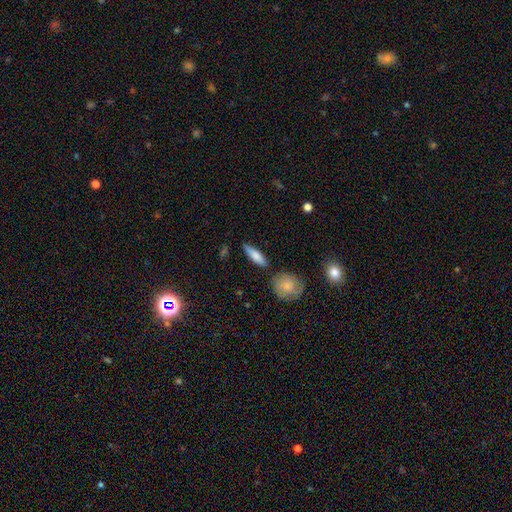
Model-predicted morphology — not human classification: This appears to be a smooth galaxy with no disk features (72%) that is cigar-shaped (58%). Merging: none (80%).